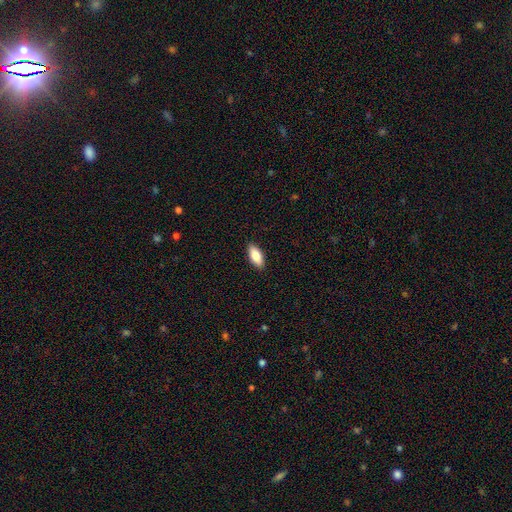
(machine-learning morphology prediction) Smooth or featured? Predicted: smooth (p=0.84). How rounded? Predicted: in between (p=0.83). Merging? Predicted: none (p=0.90).